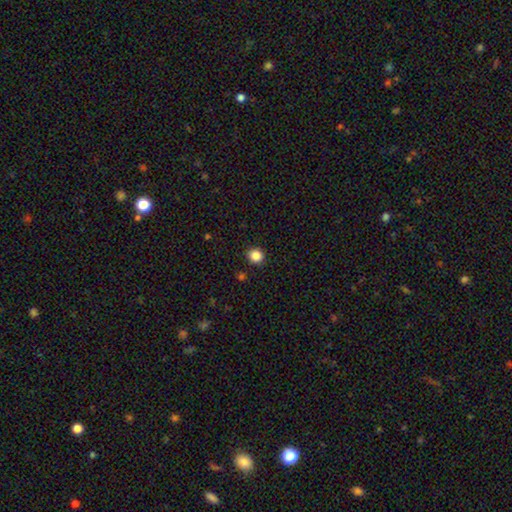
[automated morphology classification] smooth 86%, star or artifact 11%, featured or disk 3%. Down the decision tree: how rounded — round (86%); merging — none (91%).